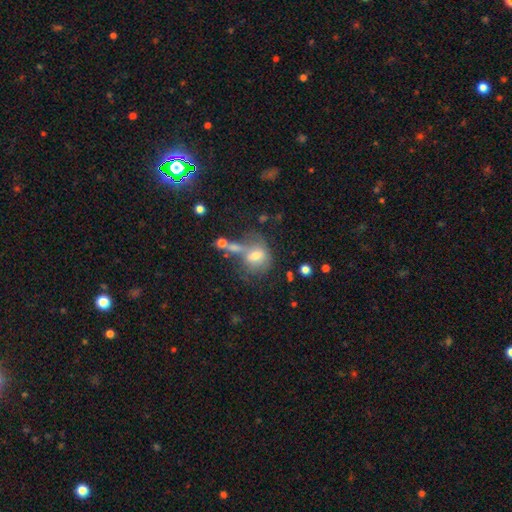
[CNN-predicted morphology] A smooth galaxy with no disk features (63%) that is round (52%). Merging: merger (33%).